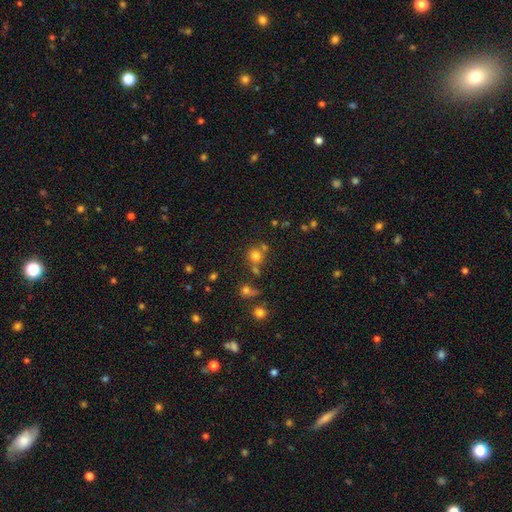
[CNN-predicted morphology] smooth_or_featured: smooth (p=0.75) [alt: star or artifact p=0.17]
how_rounded: round (p=0.89) [alt: in between p=0.10]
merging: none (p=0.64) [alt: merger p=0.22]